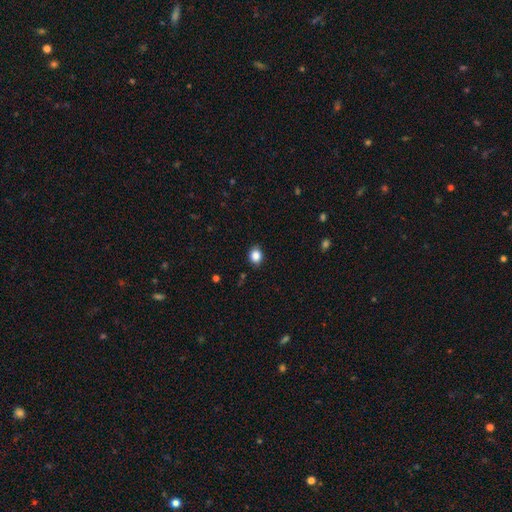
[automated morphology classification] A smooth galaxy with no disk features (86%) that is round (53%).

Vote fractions:
- Smooth or featured? smooth: 86% / star or artifact: 10% / featured or disk: 4%
- How rounded? round: 53% / in between: 46% / cigar-shaped: 1%
- Merging? none: 87% / minor disturbance: 10% / major disturbance: 2% / merger: 1%